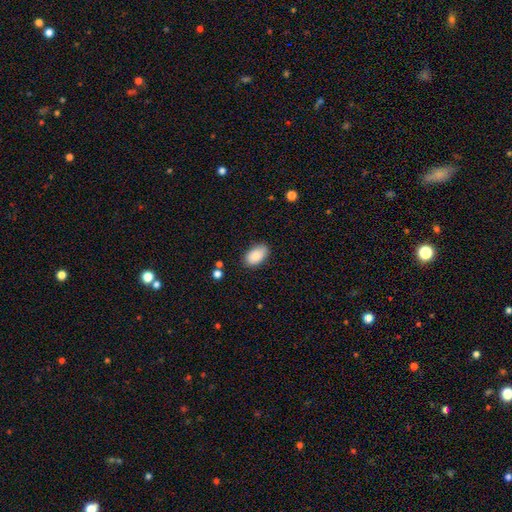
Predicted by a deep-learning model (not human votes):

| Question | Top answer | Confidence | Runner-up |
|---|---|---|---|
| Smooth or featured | smooth | 88% | star or artifact (7%) |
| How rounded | in between | 94% | round (5%) |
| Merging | none | 83% | minor disturbance (13%) |